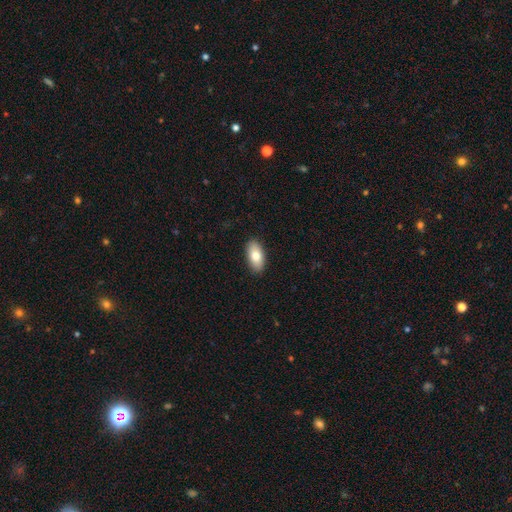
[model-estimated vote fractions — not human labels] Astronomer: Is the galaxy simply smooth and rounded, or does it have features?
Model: smooth — 79%.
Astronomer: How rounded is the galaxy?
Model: in between — 92%.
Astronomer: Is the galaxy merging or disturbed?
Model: none — 89%.